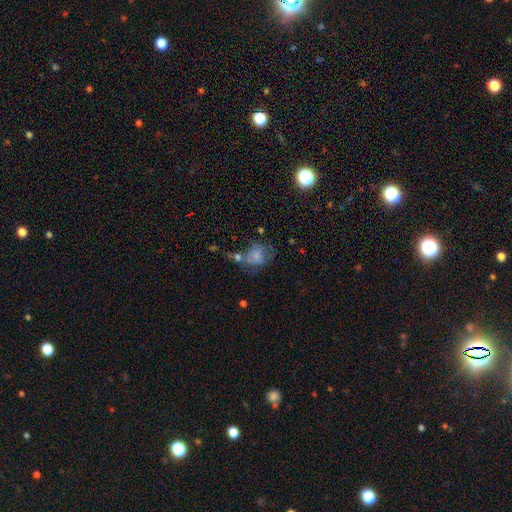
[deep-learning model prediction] Smooth or featured? smooth (64%)
How rounded? in between (52%)
Merging? none (30%)